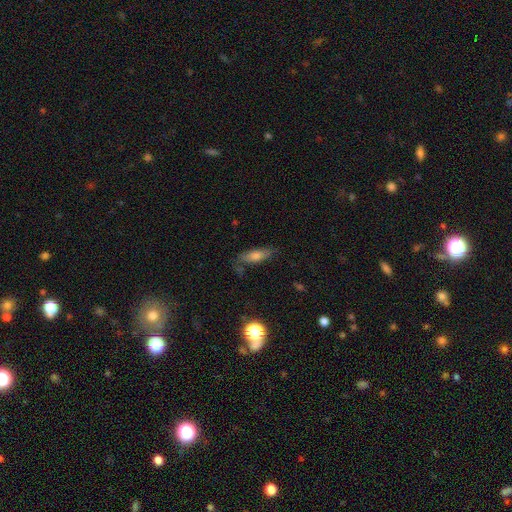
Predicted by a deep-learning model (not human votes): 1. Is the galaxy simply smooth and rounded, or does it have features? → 65% smooth, 24% featured or disk, 11% star or artifact.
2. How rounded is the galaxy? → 51% in between, 45% cigar-shaped, 4% round.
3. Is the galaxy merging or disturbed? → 72% none, 19% minor disturbance, 5% major disturbance, 4% merger.